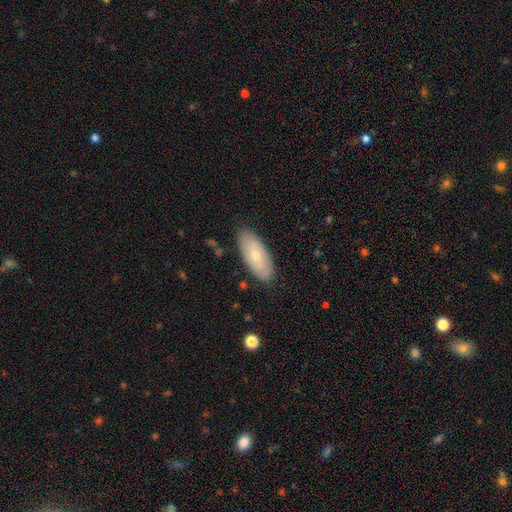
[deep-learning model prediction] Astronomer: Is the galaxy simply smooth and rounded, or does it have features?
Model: smooth — 57% (runner-up: featured or disk, 38%).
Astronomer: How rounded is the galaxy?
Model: in between — 85%.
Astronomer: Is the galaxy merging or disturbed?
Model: none — 84%.